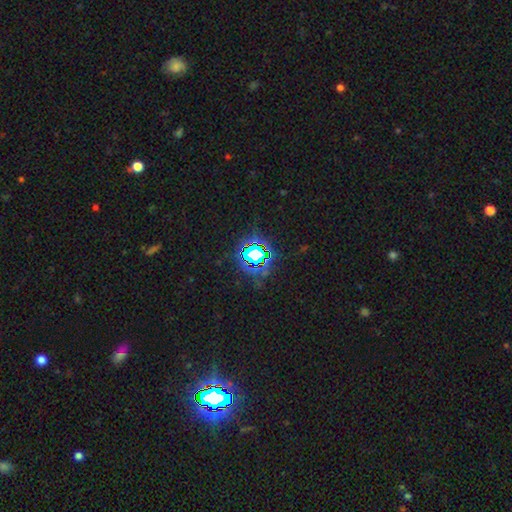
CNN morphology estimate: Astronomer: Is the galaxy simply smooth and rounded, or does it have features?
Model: star or artifact — 73%.